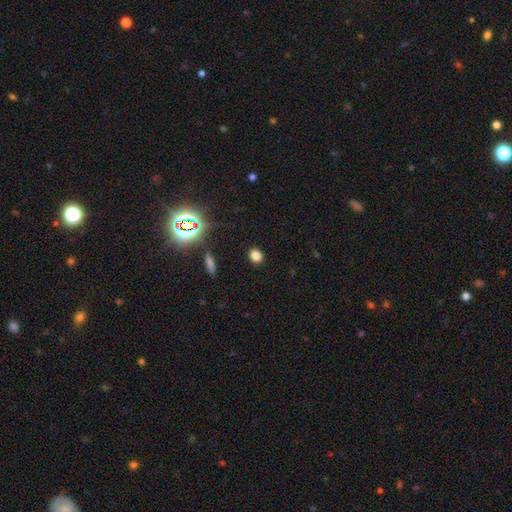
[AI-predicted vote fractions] A smooth galaxy with no disk features (78%) that is round (65%).

Vote fractions:
- Smooth or featured? smooth: 78% / star or artifact: 17% / featured or disk: 5%
- How rounded? round: 65% / in between: 33% / cigar-shaped: 2%
- Merging? none: 90% / minor disturbance: 6% / major disturbance: 2% / merger: 1%